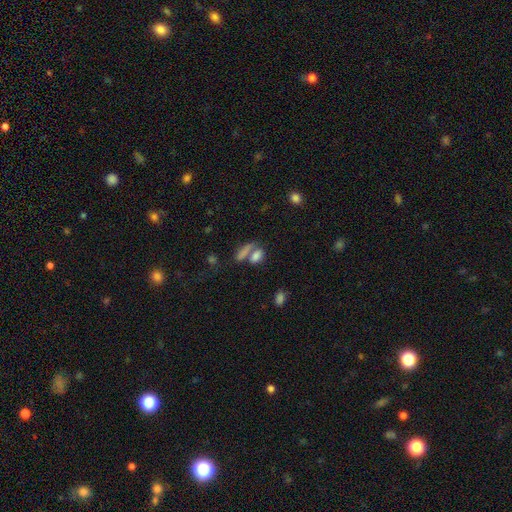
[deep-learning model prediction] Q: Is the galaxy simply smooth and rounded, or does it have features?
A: smooth — 78%.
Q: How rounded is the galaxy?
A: in between — 69%.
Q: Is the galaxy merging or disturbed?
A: merger — 44%.